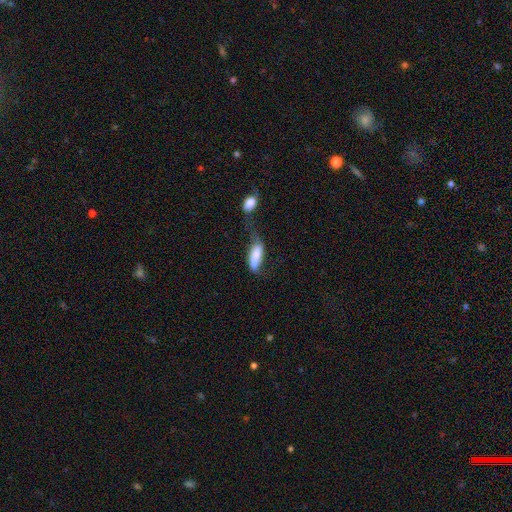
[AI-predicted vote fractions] Smooth or featured: smooth — 74% (featured or disk — 18%)
How rounded: in between — 64% (cigar-shaped — 33%)
Merging: merger — 33% (major disturbance — 28%)